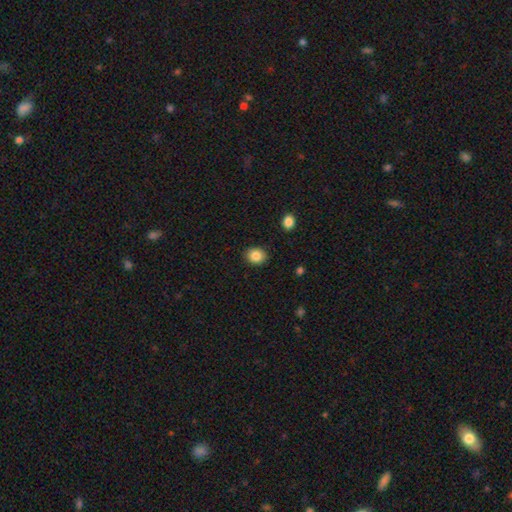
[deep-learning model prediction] A smooth galaxy with no disk features (86%) that is round (62%). Merging: none (89%).